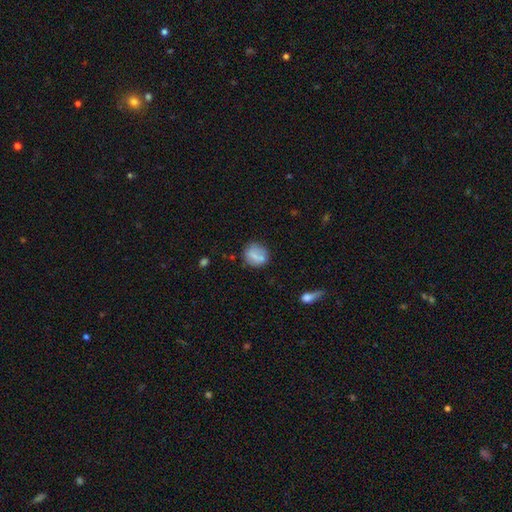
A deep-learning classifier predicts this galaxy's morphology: smooth 69%, featured or disk 22%, star or artifact 9%. Down the decision tree: how rounded — round (74%); merging — none (66%).